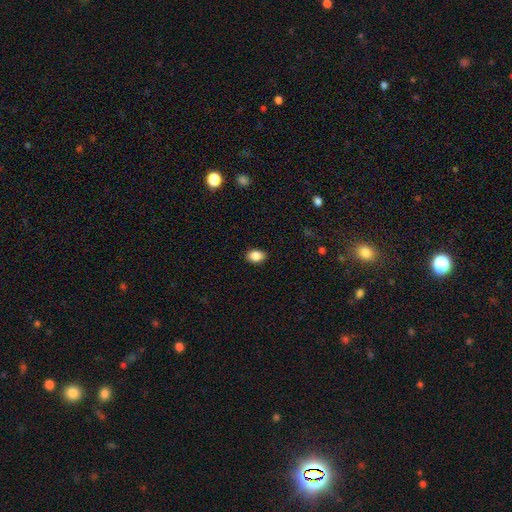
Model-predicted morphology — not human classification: A smooth galaxy with no disk features (87%) that is in between round and cigar-shaped (75%).

Vote fractions:
- Smooth or featured? smooth: 87% / star or artifact: 9% / featured or disk: 5%
- How rounded? in between: 75% / round: 24% / cigar-shaped: 1%
- Merging? none: 87% / minor disturbance: 10% / major disturbance: 2% / merger: 1%